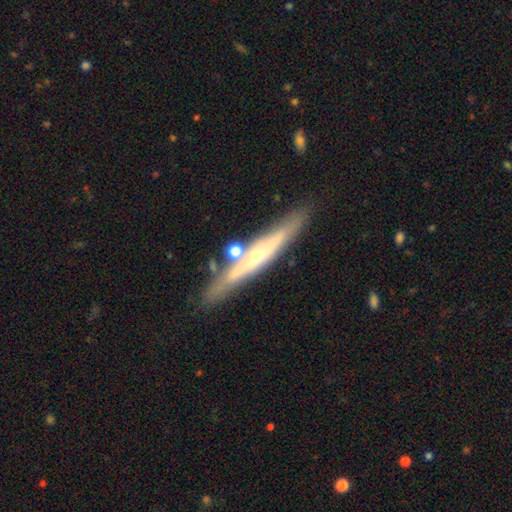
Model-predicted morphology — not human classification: Smooth or featured? Predicted: featured or disk (p=0.65). Edge-on disk? Predicted: yes (p=0.89). Edge-on bulge? Predicted: rounded (p=0.75). Merging? Predicted: none (p=0.75).